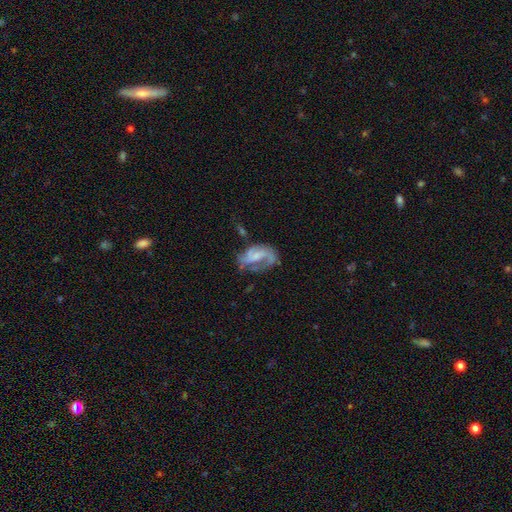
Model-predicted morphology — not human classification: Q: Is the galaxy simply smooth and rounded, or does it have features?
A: featured or disk — 74%.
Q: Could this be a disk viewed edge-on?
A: no — 97%.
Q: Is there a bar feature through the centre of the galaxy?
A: weak — 47%.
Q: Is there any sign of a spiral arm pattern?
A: yes — 87%.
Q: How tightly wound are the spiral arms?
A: medium — 44%.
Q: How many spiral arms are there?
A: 2 — 61%.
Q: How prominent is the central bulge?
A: small — 43%.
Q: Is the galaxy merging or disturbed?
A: none — 40%.